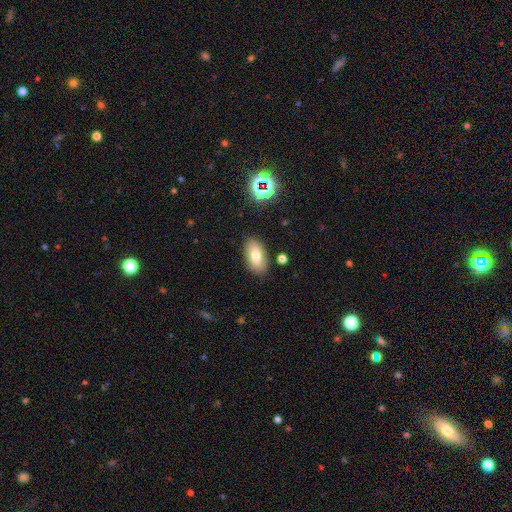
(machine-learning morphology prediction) The model was most divided on "smooth or featured": smooth: 73%, featured or disk: 18%, star or artifact: 10%. More confident: how rounded — in between (92%); merging — none (85%).